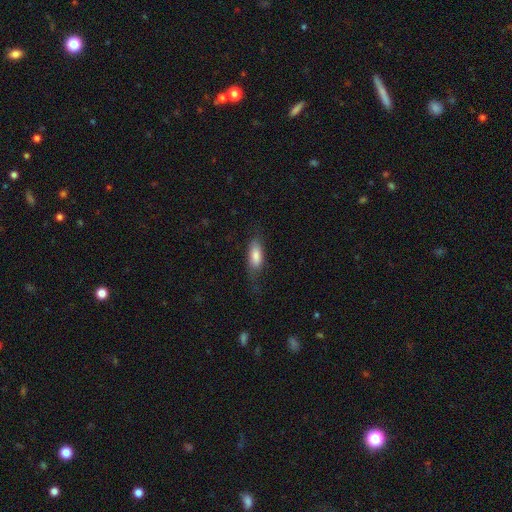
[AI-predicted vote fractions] This is likely a smooth galaxy (77%). How rounded: likely in between (73%). Merging: possibly none (59%).